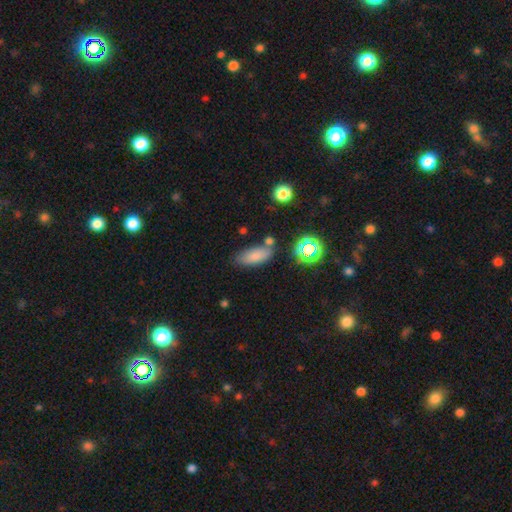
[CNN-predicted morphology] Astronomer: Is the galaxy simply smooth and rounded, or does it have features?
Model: smooth — 78%.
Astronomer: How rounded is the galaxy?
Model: in between — 77%.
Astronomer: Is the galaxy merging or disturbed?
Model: none — 67%.